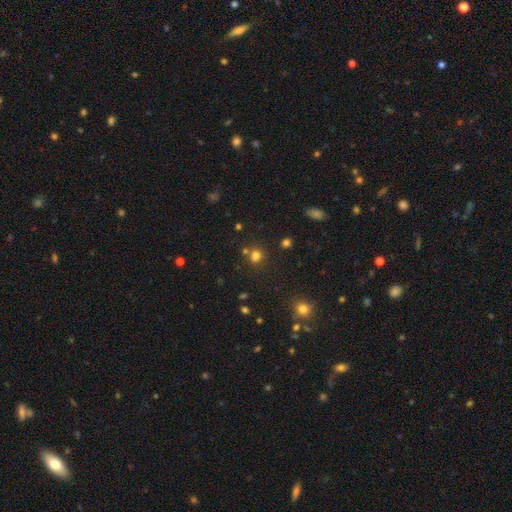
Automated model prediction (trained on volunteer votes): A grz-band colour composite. It shows a smooth galaxy with no disk features (73%) that is round (82%). Merging: none (69%).